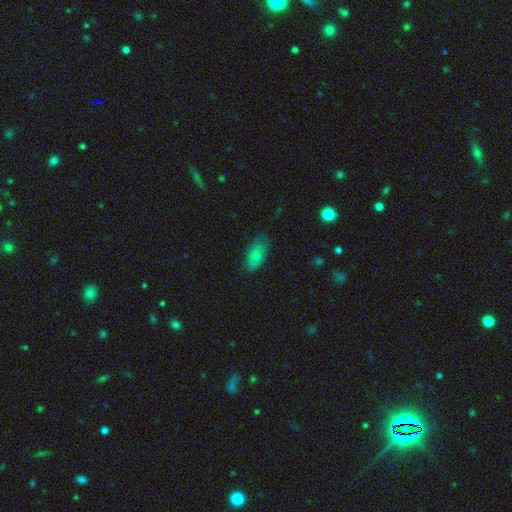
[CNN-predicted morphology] Overall: smooth (71%). How rounded: in between (90%). Merging: none (57%; minor disturbance 33%).